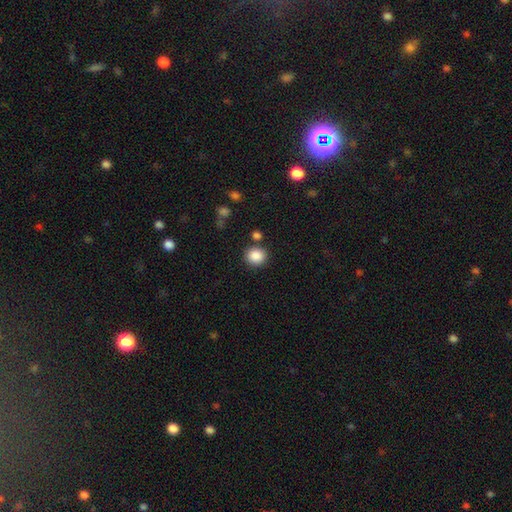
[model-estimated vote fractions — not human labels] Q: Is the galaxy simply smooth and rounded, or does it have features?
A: smooth — 88%.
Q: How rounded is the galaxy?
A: round — 82%.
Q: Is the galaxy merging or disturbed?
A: none — 82%.